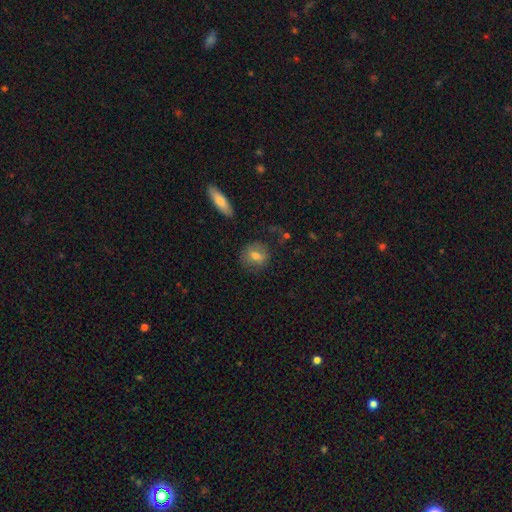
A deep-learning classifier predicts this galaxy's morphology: Smooth or featured?
  - smooth: 71% *
  - featured or disk: 20%
  - star or artifact: 9%
How rounded?
  - round: 74% *
  - in between: 25%
  - cigar-shaped: 2%
Merging?
  - none: 77% *
  - minor disturbance: 15%
  - major disturbance: 5%
  - merger: 3%